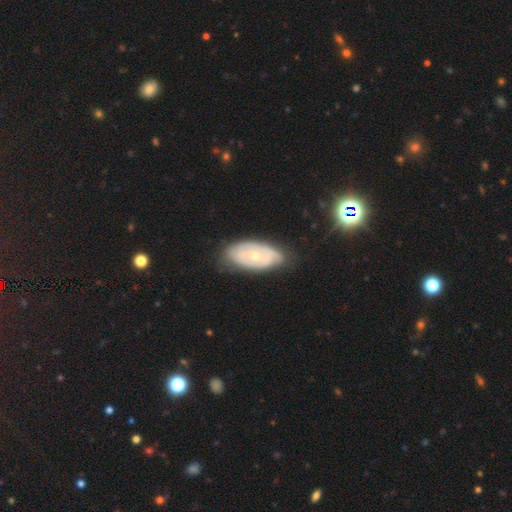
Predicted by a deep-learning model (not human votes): A featured or disk galaxy (69%) with no bar (81%), spiral arms (63%) and a small central bulge (54%).

Vote fractions:
- Smooth or featured? featured or disk: 69% / smooth: 25% / star or artifact: 6%
- Edge-on disk? no: 92% / yes: 8%
- Bar? no: 81% / weak: 15% / strong: 4%
- Spiral arms? yes: 63% / no: 37%
- Bulge size? small: 54% / moderate: 42% / large: 1% / none: 1% / dominant: 1%
- Merging? none: 70% / minor disturbance: 22% / major disturbance: 6% / merger: 2%